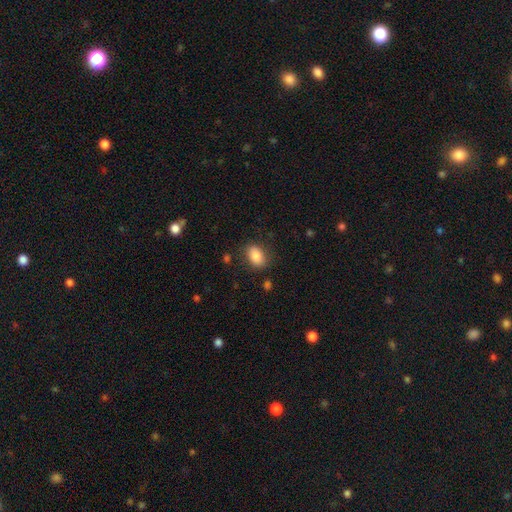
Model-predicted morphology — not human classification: A smooth galaxy with no disk features (85%) that is in between round and cigar-shaped (82%). Merging: none (81%).